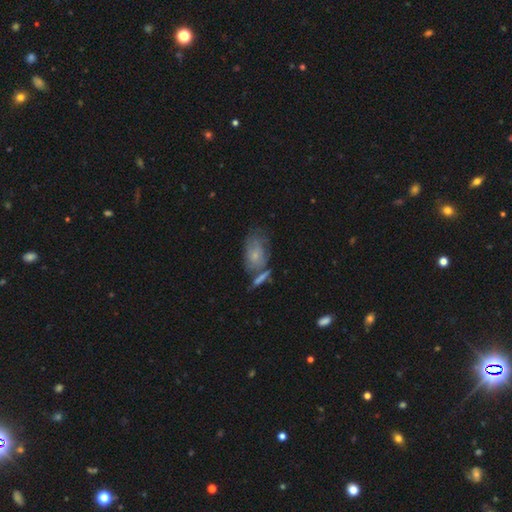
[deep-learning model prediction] Overall: smooth (45%; featured or disk 43%). Merging: none (43%; merger 24%).